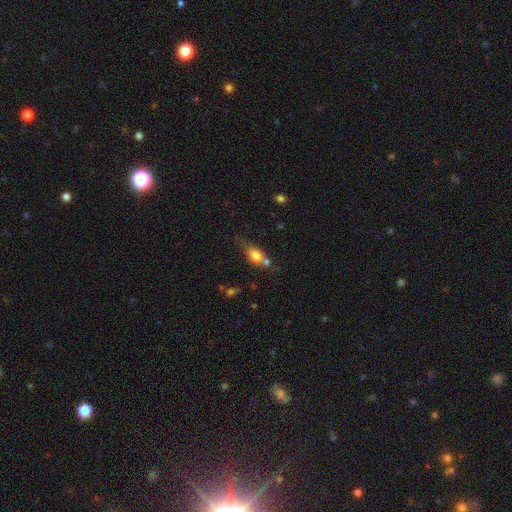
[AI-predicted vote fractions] Q: Smooth or featured?
A: smooth (73%); runner-up: featured or disk (17%)
Q: How rounded?
A: in between (63%); runner-up: round (29%)
Q: Merging?
A: none (37%); runner-up: merger (34%)